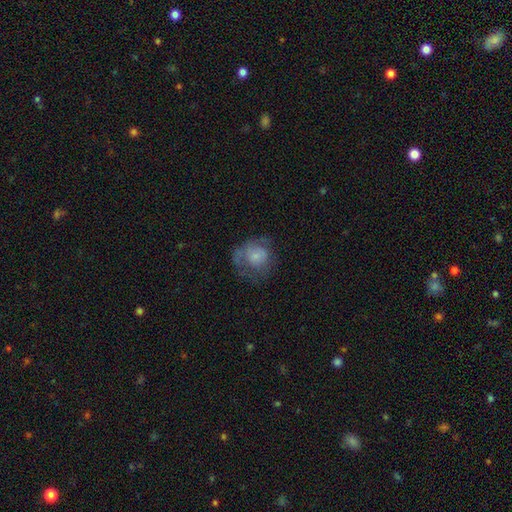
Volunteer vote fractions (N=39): This is possibly a smooth galaxy (54%). How rounded: clearly round (81%). Merging: marginally none (43%).